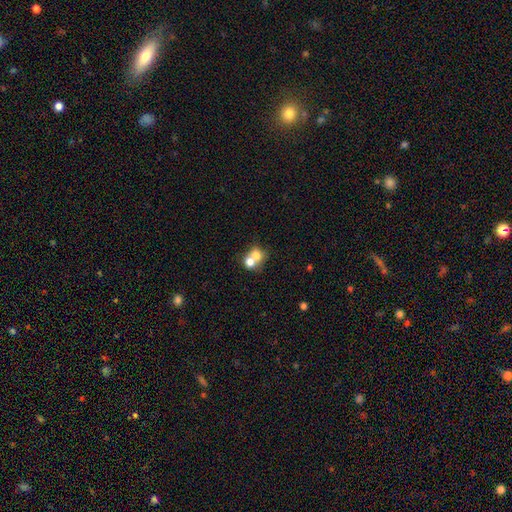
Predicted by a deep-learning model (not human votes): A smooth galaxy with no disk features (71%) that is round (71%). Merging: merger (61%).